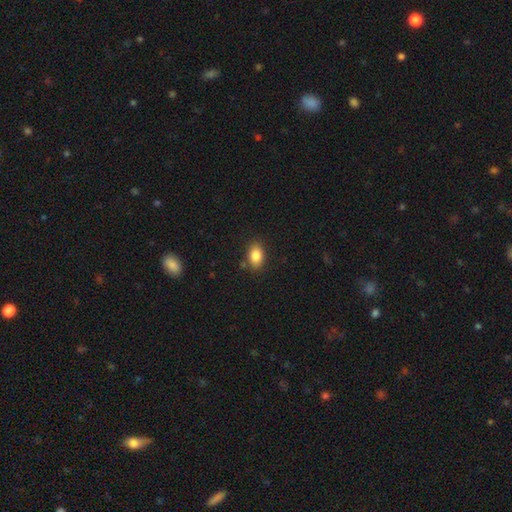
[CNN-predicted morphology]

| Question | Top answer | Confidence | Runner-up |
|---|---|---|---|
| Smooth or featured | smooth | 85% | star or artifact (8%) |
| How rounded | in between | 86% | round (12%) |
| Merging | none | 83% | minor disturbance (11%) |